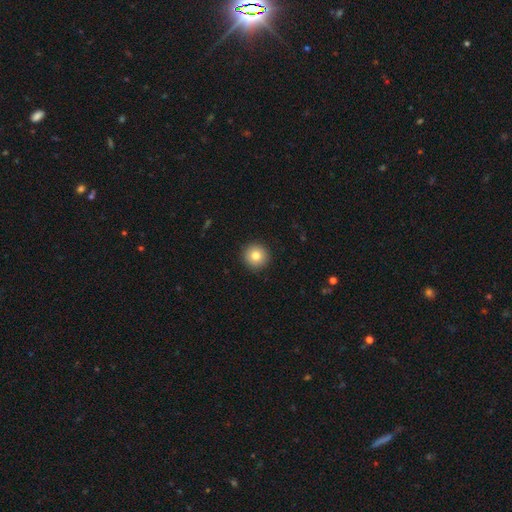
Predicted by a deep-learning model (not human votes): smooth-or-featured: smooth: 82% | star or artifact: 10% | featured or disk: 9%
  how-rounded: round: 96% | in between: 3% | cigar-shaped: 1%
  merging: none: 93% | minor disturbance: 5% | major disturbance: 2% | merger: 1%